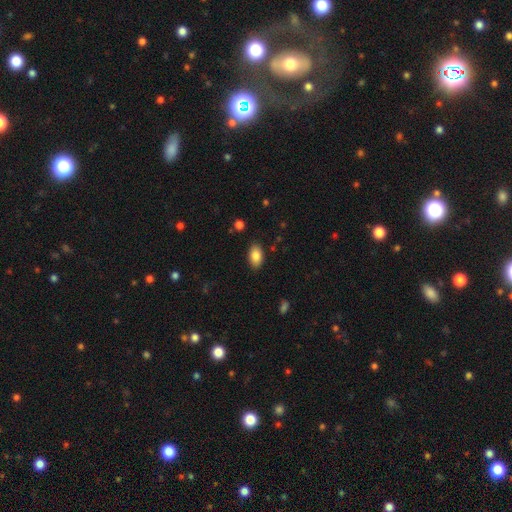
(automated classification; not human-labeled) The model was most divided on "merging": none: 87%, minor disturbance: 9%, major disturbance: 2%, merger: 1%. More confident: how rounded — in between (93%); smooth or featured — smooth (85%).